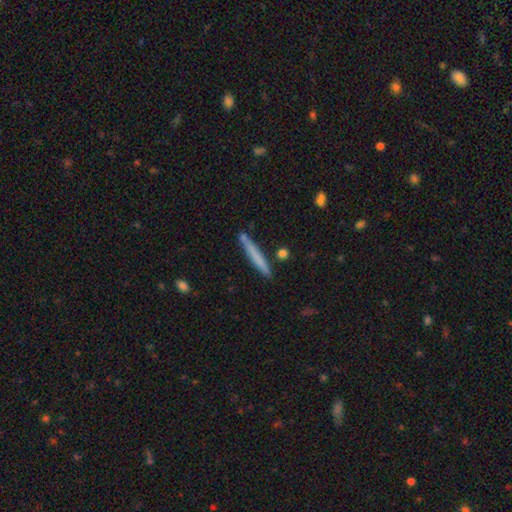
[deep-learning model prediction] A smooth galaxy with no disk features (67%) that is cigar-shaped (96%).

Vote fractions:
- Smooth or featured? smooth: 67% / featured or disk: 27% / star or artifact: 6%
- How rounded? cigar-shaped: 96% / in between: 3% / round: 1%
- Merging? none: 83% / minor disturbance: 11% / merger: 4% / major disturbance: 2%